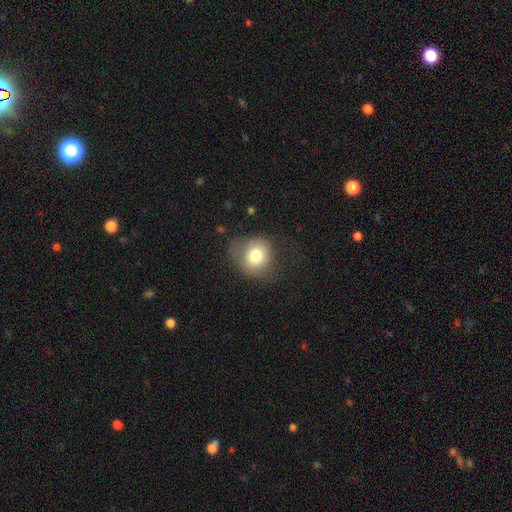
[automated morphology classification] Q: Smooth or featured?
A: smooth (77%); runner-up: featured or disk (13%)
Q: How rounded?
A: round (75%); runner-up: in between (24%)
Q: Merging?
A: none (54%); runner-up: minor disturbance (27%)